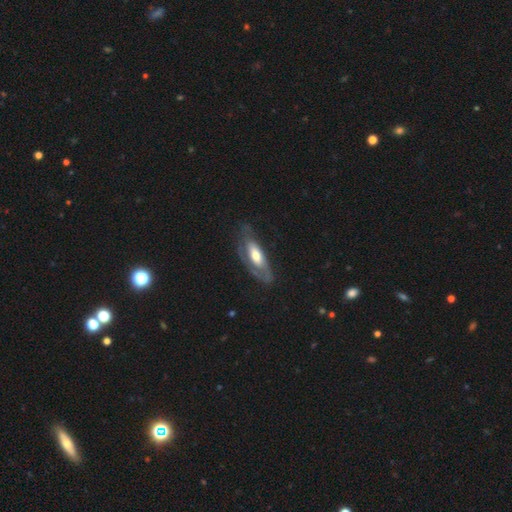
Volunteers were most divided on "merging": none: 46%, major disturbance: 30%, minor disturbance: 24%, merger: 0%. More confident: bulge size — moderate (69%); smooth or featured — featured or disk (64%); edge-on disk — no (64%); spiral arms — yes (62%); spiral winding — medium (60%); spiral arm count — 2 (60%); bar — no (56%).